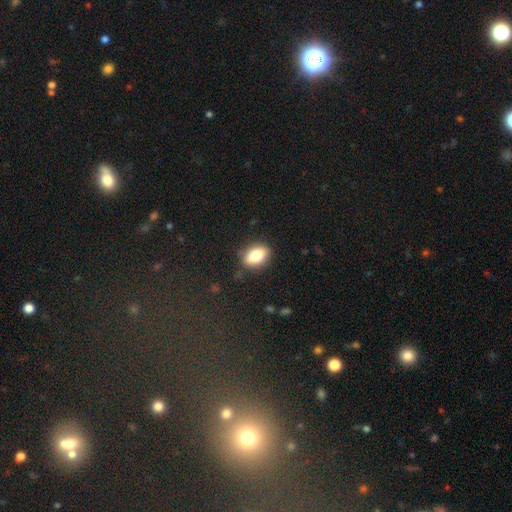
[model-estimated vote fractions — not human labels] smooth-or-featured: smooth: 77% | featured or disk: 14% | star or artifact: 8%
  how-rounded: in between: 81% | round: 15% | cigar-shaped: 4%
  merging: none: 84% | minor disturbance: 11% | major disturbance: 3% | merger: 1%